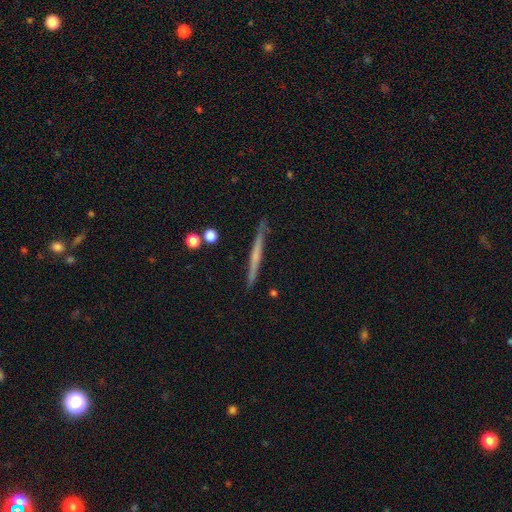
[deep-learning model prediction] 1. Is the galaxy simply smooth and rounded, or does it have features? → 56% featured or disk, 38% smooth, 6% star or artifact.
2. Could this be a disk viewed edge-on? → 97% yes, 3% no.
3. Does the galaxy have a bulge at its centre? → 70% none, 23% rounded, 7% boxy.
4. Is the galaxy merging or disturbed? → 89% none, 7% minor disturbance, 2% merger, 2% major disturbance.